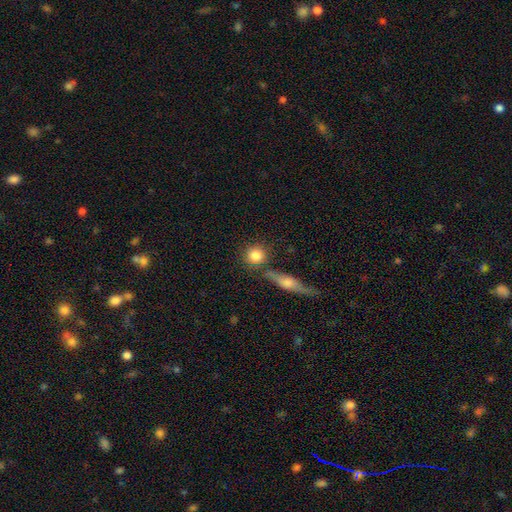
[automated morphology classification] This is clearly a smooth galaxy (83%). How rounded: clearly round (88%). Merging: likely none (73%).